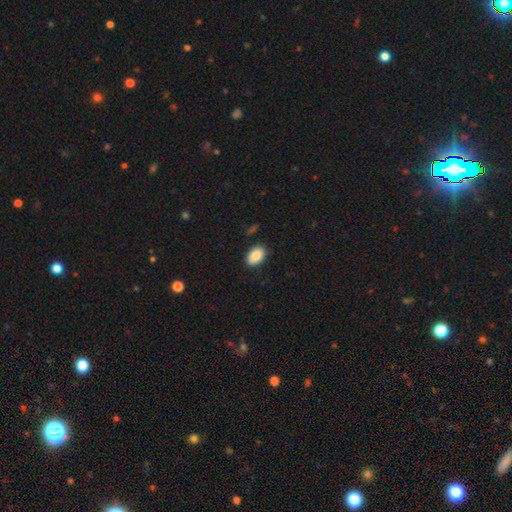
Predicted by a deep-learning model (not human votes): The model was most divided on "merging": none: 86%, minor disturbance: 11%, major disturbance: 2%, merger: 1%. More confident: how rounded — in between (90%); smooth or featured — smooth (88%).